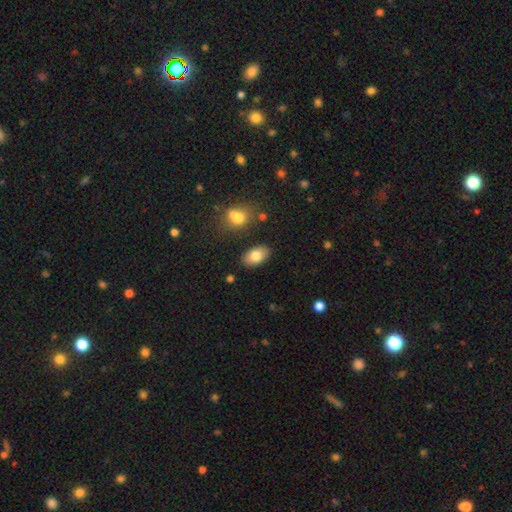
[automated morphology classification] Q: Smooth or featured?
A: smooth (80%); runner-up: featured or disk (13%)
Q: How rounded?
A: in between (92%); runner-up: round (6%)
Q: Merging?
A: none (84%); runner-up: minor disturbance (10%)